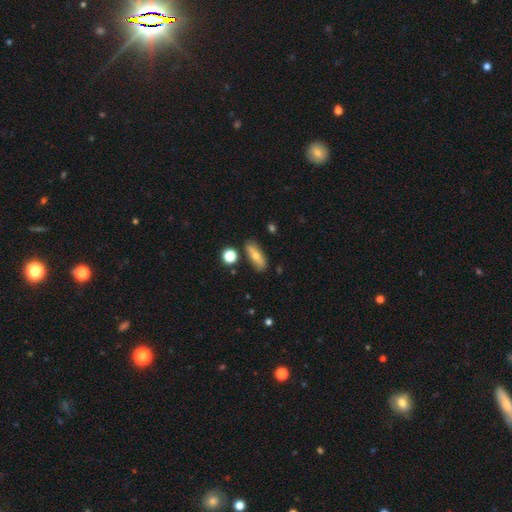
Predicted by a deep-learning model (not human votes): This is possibly a smooth galaxy (57%). How rounded: possibly in between (56%). Merging: likely none (78%).